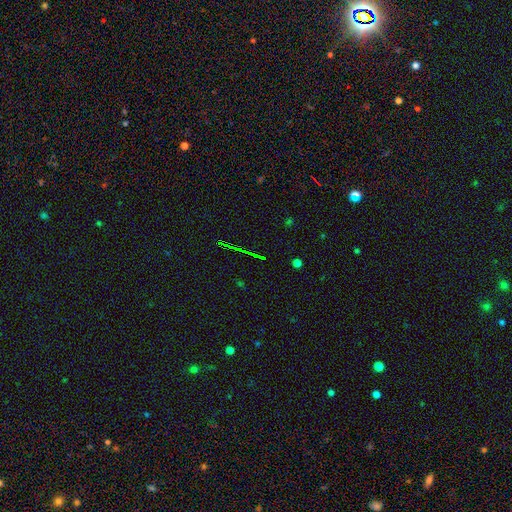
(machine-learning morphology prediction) Smooth or featured?
  - star or artifact: 73% *
  - smooth: 14%
  - featured or disk: 13%